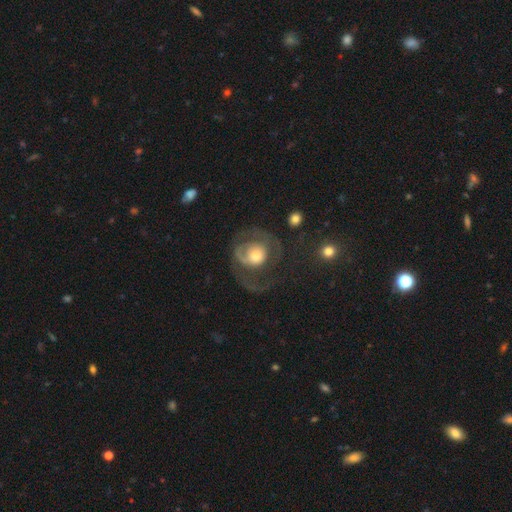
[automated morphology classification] Q: Smooth or featured?
A: featured or disk (59%); runner-up: smooth (33%)
Q: Edge-on disk?
A: no (97%); runner-up: yes (3%)
Q: Bar?
A: no (81%); runner-up: weak (15%)
Q: Spiral arms?
A: yes (61%); runner-up: no (39%)
Q: Bulge size?
A: moderate (59%); runner-up: small (20%)
Q: Merging?
A: major disturbance (43%); runner-up: none (39%)